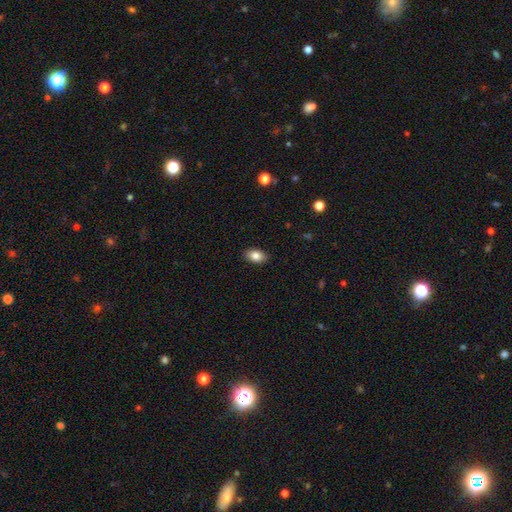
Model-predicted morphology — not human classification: smooth 84%, featured or disk 8%, star or artifact 8%. Down the decision tree: how rounded — in between (90%); merging — none (89%).